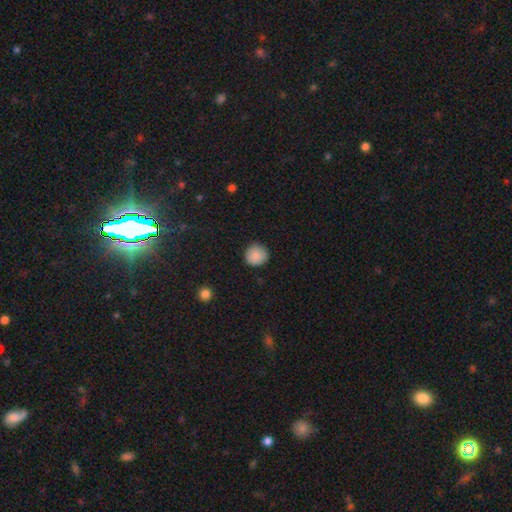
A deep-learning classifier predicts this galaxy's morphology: The model was most divided on "smooth or featured": smooth: 89%, star or artifact: 8%, featured or disk: 3%. More confident: how rounded — round (94%); merging — none (90%).